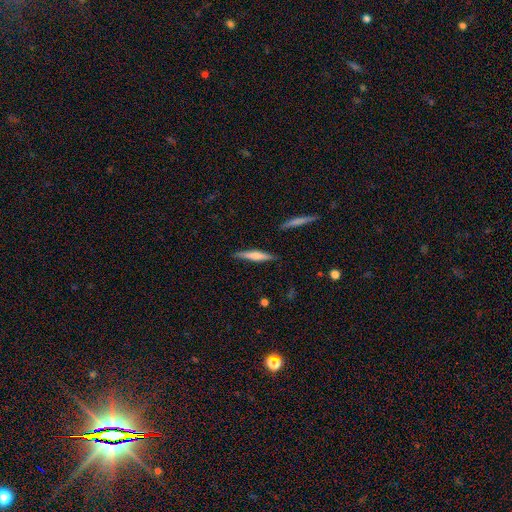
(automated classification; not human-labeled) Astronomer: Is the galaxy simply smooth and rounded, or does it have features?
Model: smooth — 59% (runner-up: featured or disk, 36%).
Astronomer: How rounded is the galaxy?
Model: cigar-shaped — 89%.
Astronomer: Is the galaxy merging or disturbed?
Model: none — 85%.